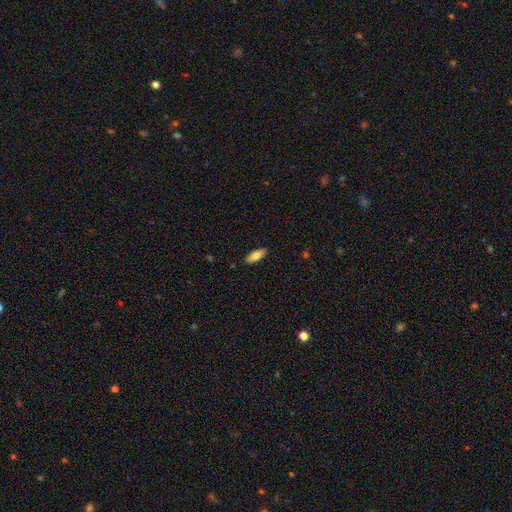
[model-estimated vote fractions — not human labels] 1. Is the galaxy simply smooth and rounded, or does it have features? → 74% smooth, 19% featured or disk, 6% star or artifact.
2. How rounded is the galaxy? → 71% in between, 27% cigar-shaped, 2% round.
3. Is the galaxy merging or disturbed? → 89% none, 8% minor disturbance, 2% major disturbance, 1% merger.